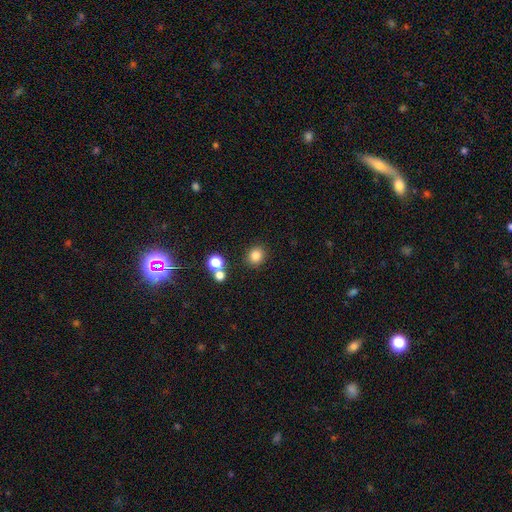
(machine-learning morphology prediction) smooth 82%, star or artifact 13%, featured or disk 5%. Down the decision tree: how rounded — round (79%); merging — none (86%).